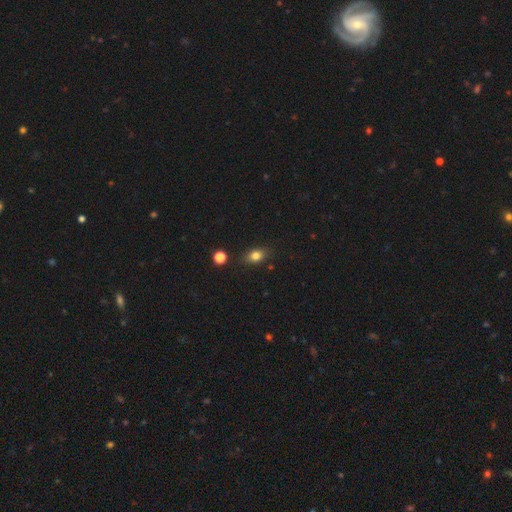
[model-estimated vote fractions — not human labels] This appears to be a smooth galaxy with no disk features (80%) that is in between round and cigar-shaped (75%). Merging: none (82%).